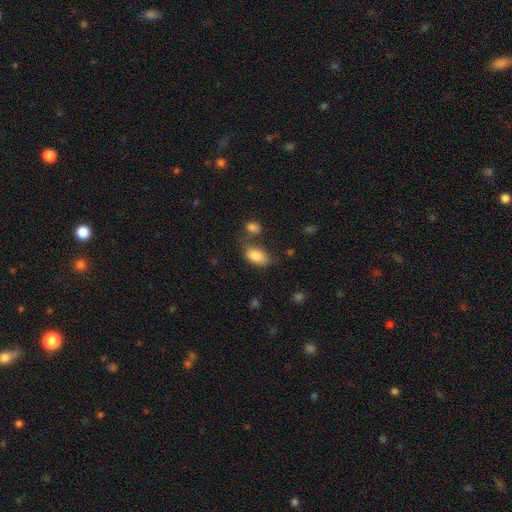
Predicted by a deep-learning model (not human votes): smooth 85%, featured or disk 8%, star or artifact 7%. Down the decision tree: how rounded — in between (92%); merging — none (55%).